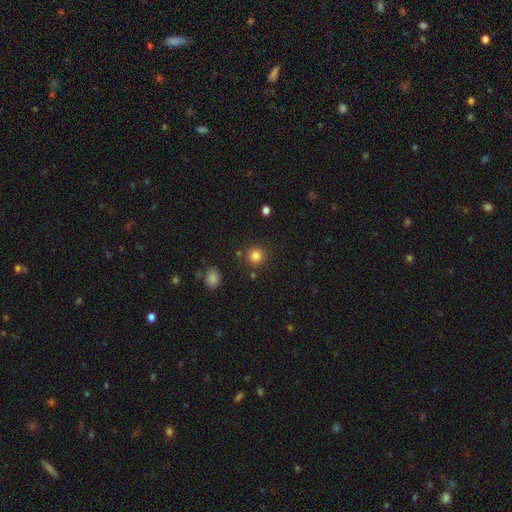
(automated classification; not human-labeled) Smooth or featured? Predicted: smooth (p=0.83). How rounded? Predicted: round (p=0.91). Merging? Predicted: none (p=0.85).